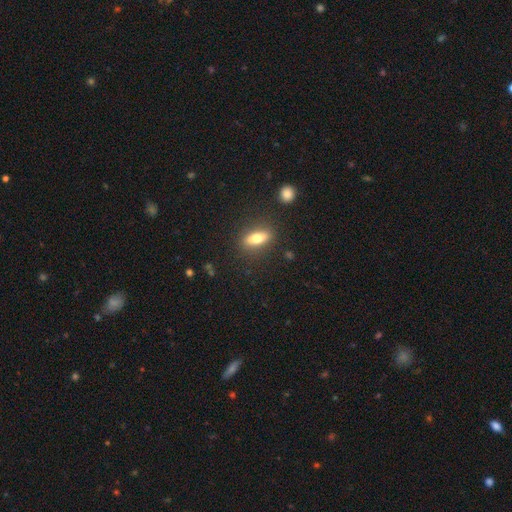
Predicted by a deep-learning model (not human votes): This is likely a smooth galaxy (62%). How rounded: likely in between (67%). Merging: clearly none (82%).